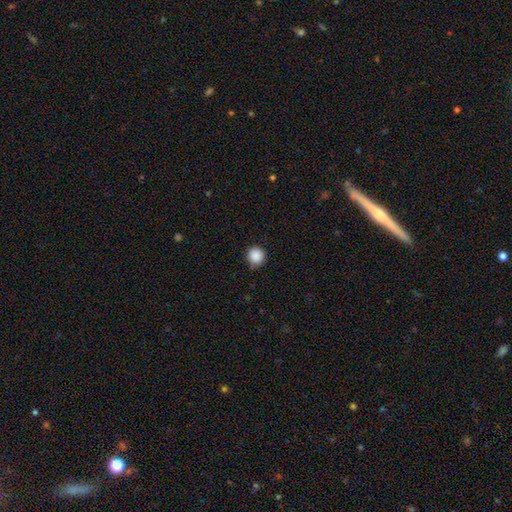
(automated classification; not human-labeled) A smooth galaxy with no disk features (89%) that is round (95%). Merging: none (87%).